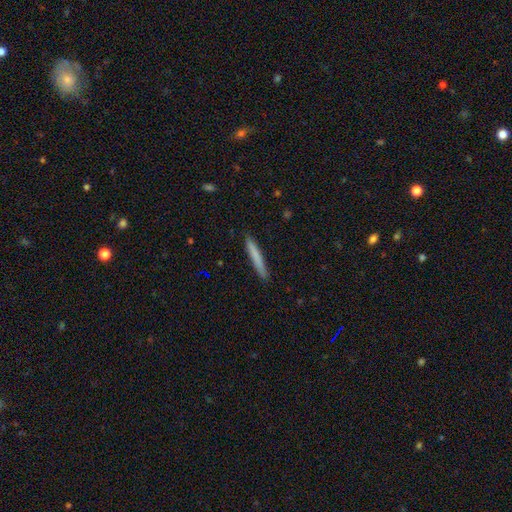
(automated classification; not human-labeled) Smooth or featured?
  - smooth: 75% *
  - featured or disk: 19%
  - star or artifact: 6%
How rounded?
  - cigar-shaped: 96% *
  - in between: 3%
  - round: 1%
Merging?
  - none: 90% *
  - minor disturbance: 8%
  - major disturbance: 1%
  - merger: 1%